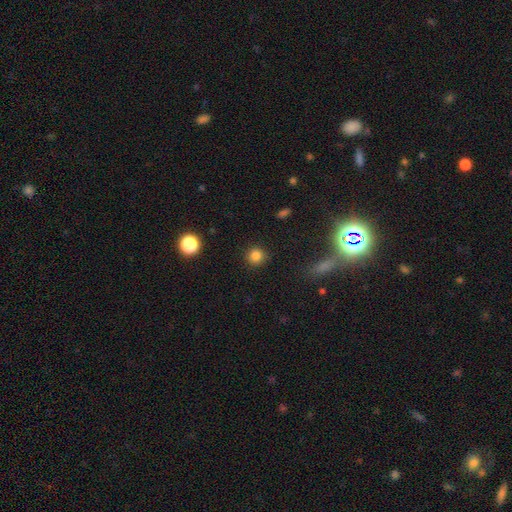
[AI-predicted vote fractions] Smooth or featured: smooth — 83% (star or artifact — 12%)
How rounded: round — 93% (in between — 6%)
Merging: none — 90% (minor disturbance — 6%)